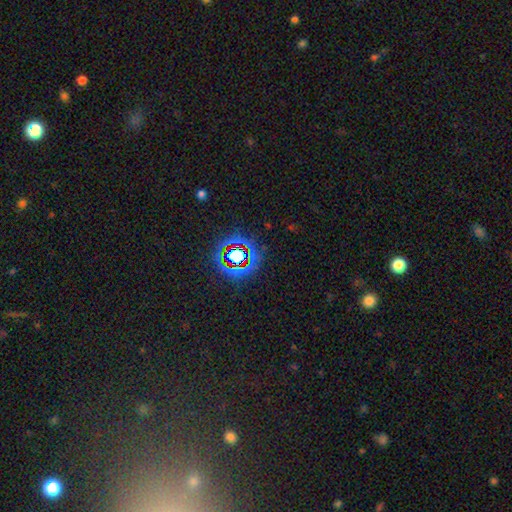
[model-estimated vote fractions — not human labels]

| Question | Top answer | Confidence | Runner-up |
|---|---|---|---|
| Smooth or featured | star or artifact | 75% | smooth (14%) |